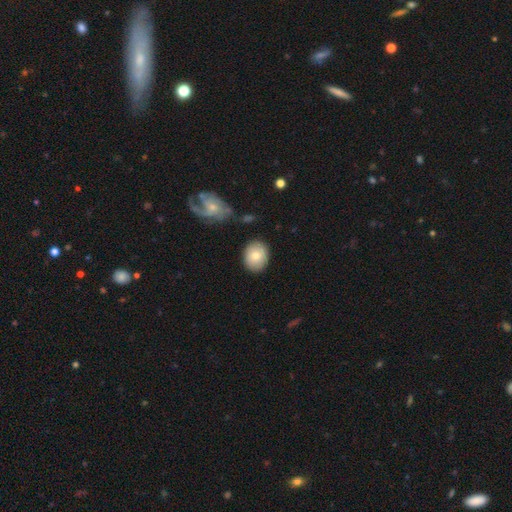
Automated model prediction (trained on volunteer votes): The model was most divided on "how rounded": round: 53%, in between: 46%, cigar-shaped: 1%. More confident: merging — none (84%); smooth or featured — smooth (75%).